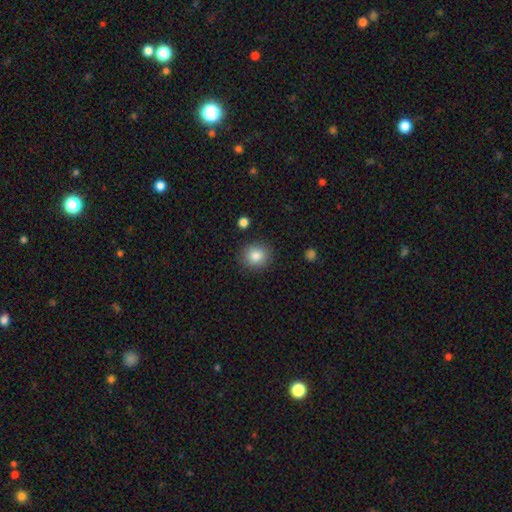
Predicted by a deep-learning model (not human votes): smooth 85%, star or artifact 9%, featured or disk 6%. Down the decision tree: how rounded — round (83%); merging — none (88%).